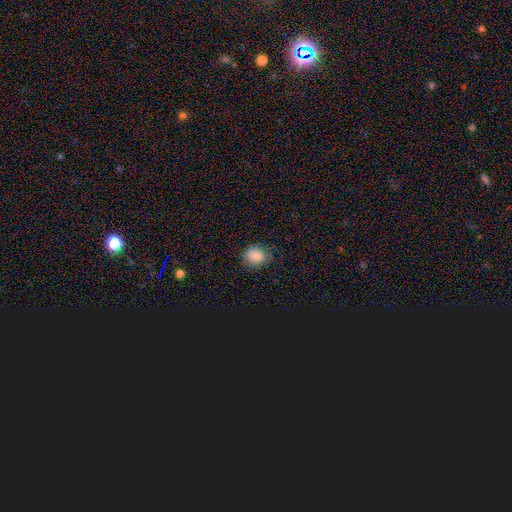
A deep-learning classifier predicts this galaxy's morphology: Smooth or featured?
  - smooth: 83% *
  - star or artifact: 11%
  - featured or disk: 7%
How rounded?
  - round: 65% *
  - in between: 34%
  - cigar-shaped: 1%
Merging?
  - none: 78% *
  - minor disturbance: 16%
  - major disturbance: 4%
  - merger: 1%